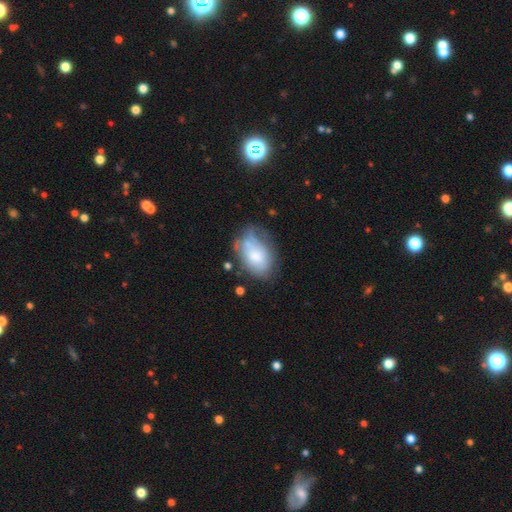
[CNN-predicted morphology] smooth 61%, featured or disk 31%, star or artifact 8%. Down the decision tree: how rounded — in between (85%); merging — none (39%).